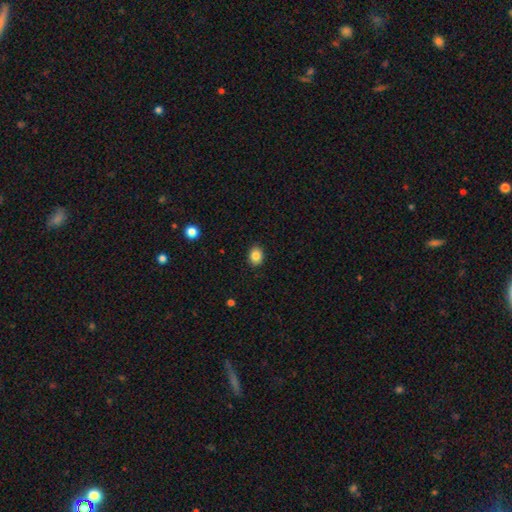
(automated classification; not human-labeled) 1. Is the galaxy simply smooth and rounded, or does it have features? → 85% smooth, 10% star or artifact, 5% featured or disk.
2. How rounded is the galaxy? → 51% round, 48% in between, 1% cigar-shaped.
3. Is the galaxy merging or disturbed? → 90% none, 7% minor disturbance, 2% major disturbance, 1% merger.